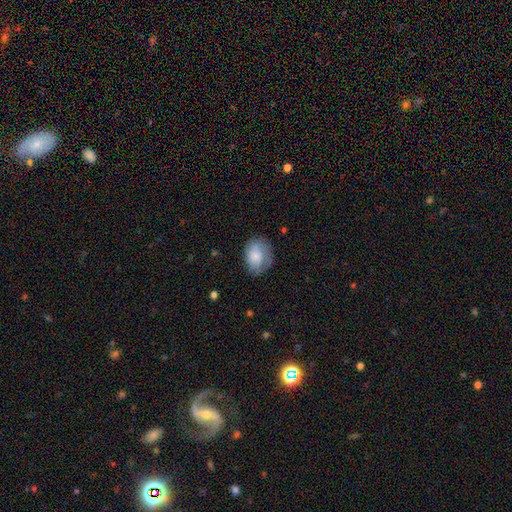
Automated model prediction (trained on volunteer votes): The model was most divided on "merging": none: 61%, minor disturbance: 26%, major disturbance: 12%, merger: 2%. More confident: smooth or featured — smooth (73%); how rounded — in between (68%).